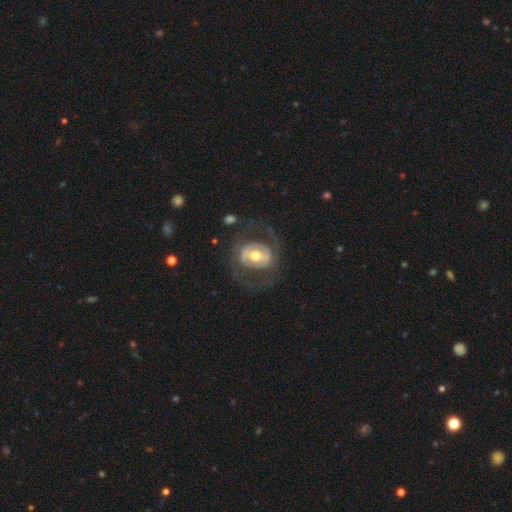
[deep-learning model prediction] This is likely a featured or disk galaxy (77%). It is clearly not viewed edge-on (96%). Bar: marginally strong (40%). Spiral arm pattern: possibly yes (59%). Central bulge: likely moderate (73%). Merging: likely none (66%).